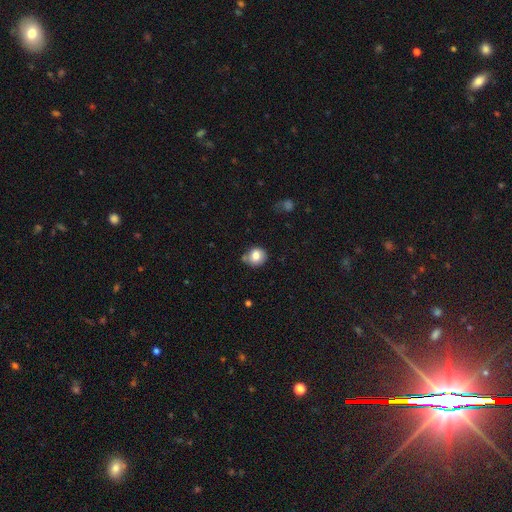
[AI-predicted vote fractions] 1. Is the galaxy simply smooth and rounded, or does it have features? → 81% smooth, 10% featured or disk, 9% star or artifact.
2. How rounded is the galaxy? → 77% round, 22% in between, 1% cigar-shaped.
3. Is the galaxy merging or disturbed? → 65% none, 22% minor disturbance, 8% merger, 5% major disturbance.